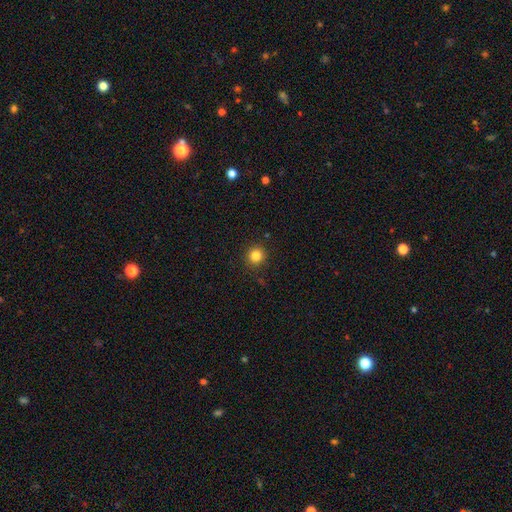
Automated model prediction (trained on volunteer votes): smooth_or_featured: smooth (p=0.83) [alt: star or artifact p=0.12]
how_rounded: round (p=0.93) [alt: in between p=0.07]
merging: none (p=0.91) [alt: minor disturbance p=0.06]